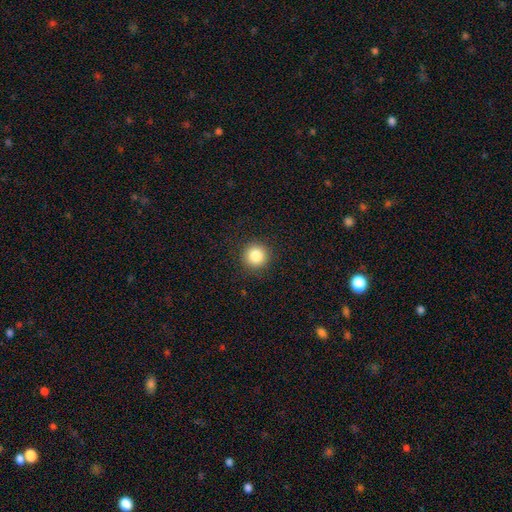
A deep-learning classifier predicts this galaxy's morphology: The model was most divided on "smooth or featured": smooth: 84%, star or artifact: 10%, featured or disk: 5%. More confident: how rounded — round (95%); merging — none (91%).